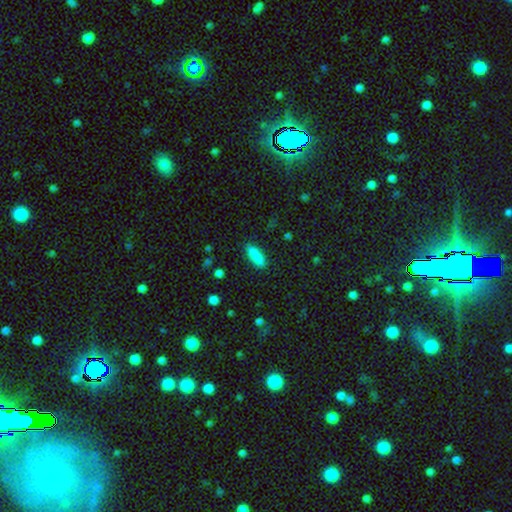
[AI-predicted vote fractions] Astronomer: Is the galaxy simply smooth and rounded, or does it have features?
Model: smooth — 88%.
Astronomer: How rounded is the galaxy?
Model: in between — 59% (runner-up: cigar-shaped, 39%).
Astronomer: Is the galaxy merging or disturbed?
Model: none — 89%.